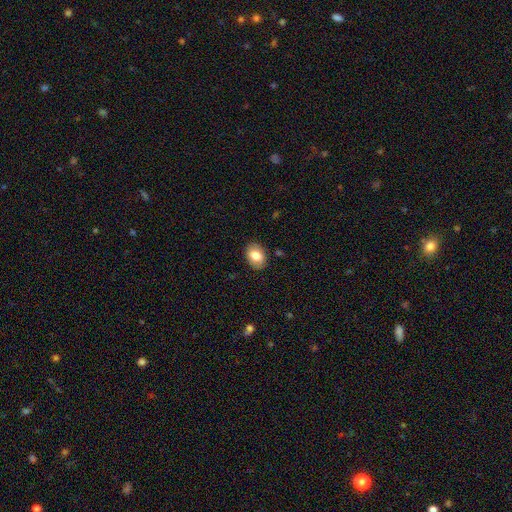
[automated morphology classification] type=smooth (81%); roundness=in between (78%); merging=none (87%).